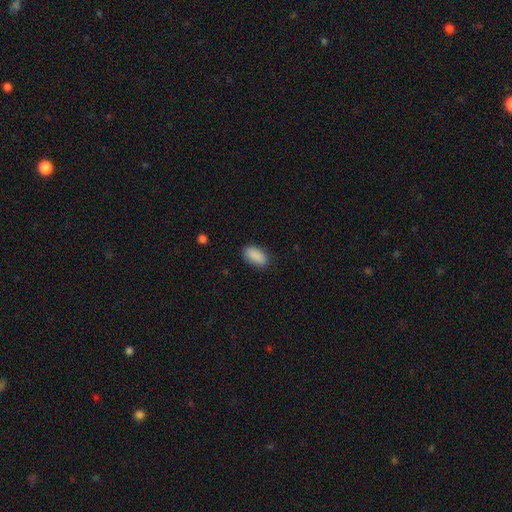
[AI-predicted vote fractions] This appears to be a smooth galaxy with no disk features (90%) that is in between round and cigar-shaped (92%). Merging: none (83%).